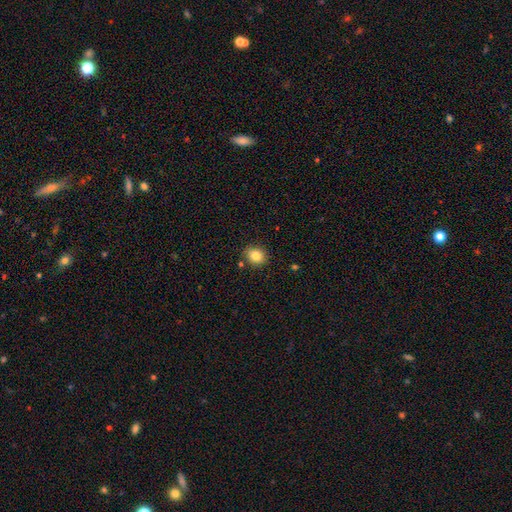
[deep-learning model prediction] A smooth galaxy with no disk features (83%) that is round (71%).

Vote fractions:
- Smooth or featured? smooth: 83% / star or artifact: 10% / featured or disk: 7%
- How rounded? round: 71% / in between: 28% / cigar-shaped: 1%
- Merging? none: 86% / minor disturbance: 10% / merger: 3% / major disturbance: 2%